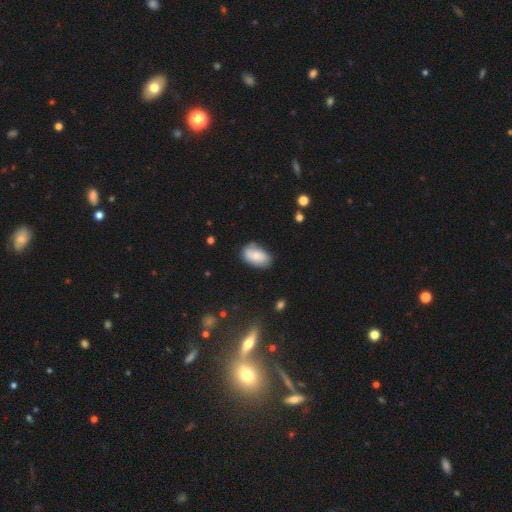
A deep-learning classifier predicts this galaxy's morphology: Smooth or featured?
  - smooth: 74% *
  - featured or disk: 18%
  - star or artifact: 7%
How rounded?
  - in between: 93% *
  - round: 6%
  - cigar-shaped: 2%
Merging?
  - none: 66% *
  - minor disturbance: 25%
  - major disturbance: 6%
  - merger: 3%